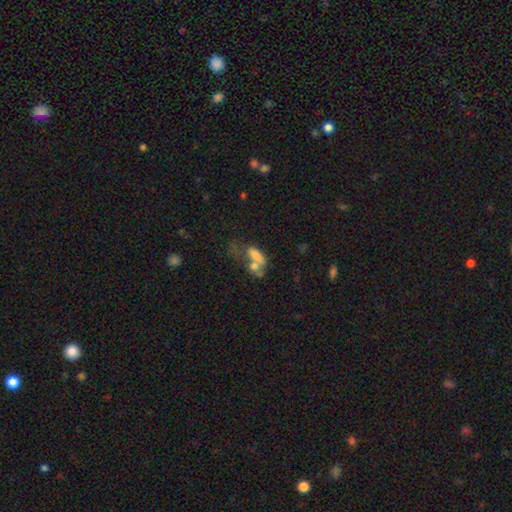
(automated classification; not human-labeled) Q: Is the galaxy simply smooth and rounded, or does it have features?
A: smooth — 61%.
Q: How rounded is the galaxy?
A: in between — 80%.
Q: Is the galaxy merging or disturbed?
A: merger — 51%.